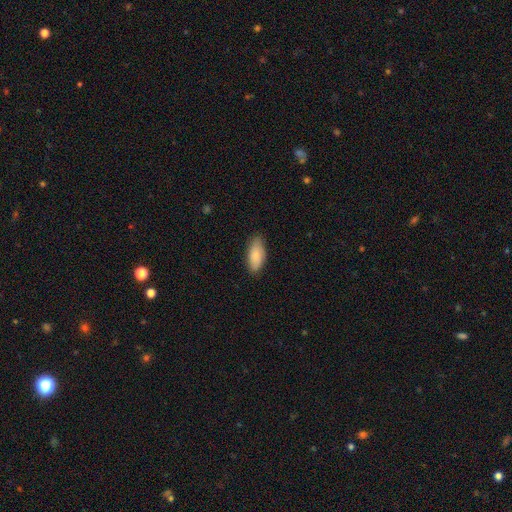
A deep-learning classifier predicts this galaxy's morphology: This is clearly a smooth galaxy (82%). How rounded: clearly in between (88%). Merging: clearly none (82%).